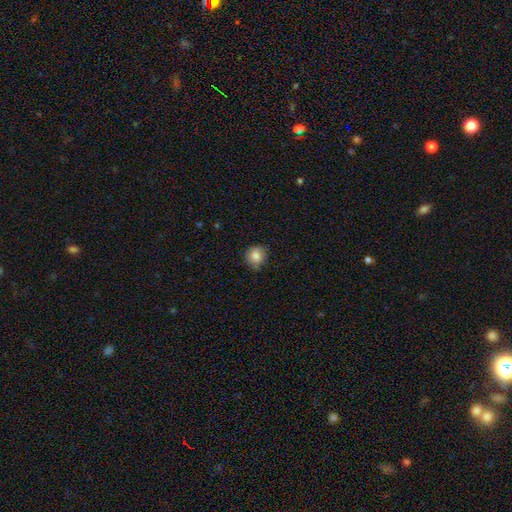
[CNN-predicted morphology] This is clearly a smooth galaxy (83%). How rounded: clearly round (83%). Merging: likely none (74%).